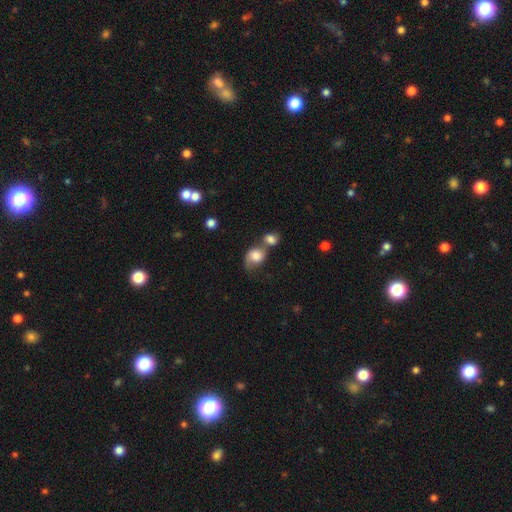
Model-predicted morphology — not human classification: Q: Smooth or featured?
A: smooth (67%); runner-up: featured or disk (24%)
Q: How rounded?
A: round (60%); runner-up: in between (39%)
Q: Merging?
A: merger (48%); runner-up: none (23%)